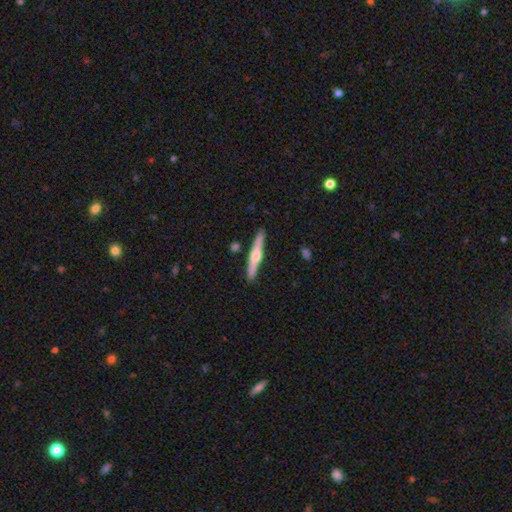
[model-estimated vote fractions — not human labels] featured or disk 60%, smooth 35%, star or artifact 5%. Down the decision tree: edge-on disk — yes (97%); edge-on bulge — rounded (88%); merging — none (88%).